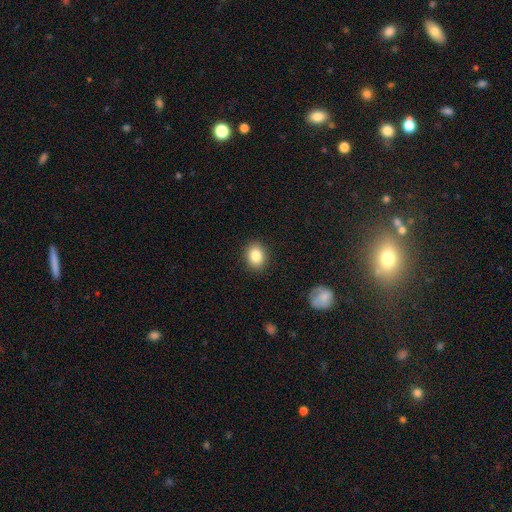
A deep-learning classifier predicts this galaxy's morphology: This appears to be a smooth galaxy with no disk features (85%) that is round (50%). Merging: none (90%).